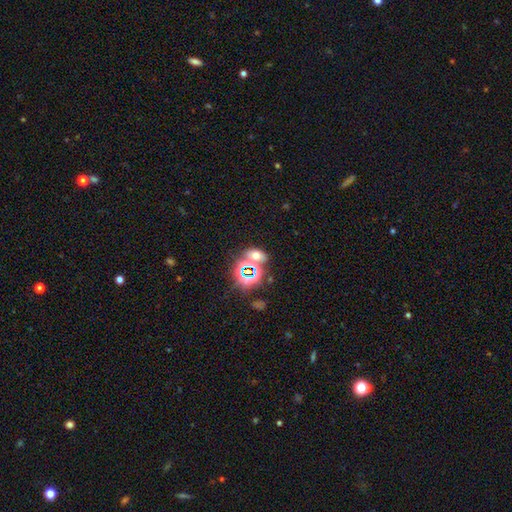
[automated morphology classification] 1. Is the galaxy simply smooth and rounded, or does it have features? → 47% smooth, 40% star or artifact, 13% featured or disk.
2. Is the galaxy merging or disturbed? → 59% none, 24% merger, 11% minor disturbance, 6% major disturbance.